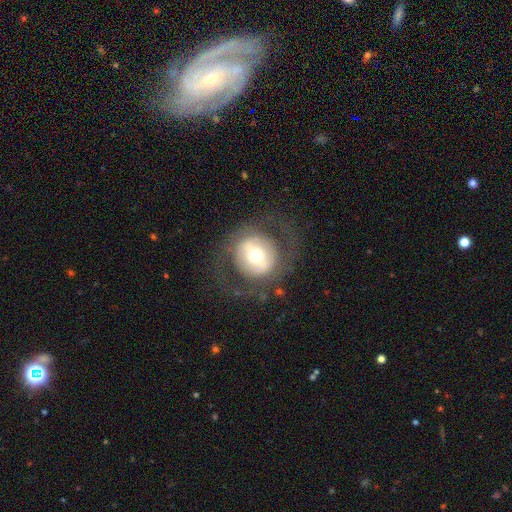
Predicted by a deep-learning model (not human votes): Smooth or featured? featured or disk (51%)
Edge-on disk? no (94%)
Merging? none (74%)